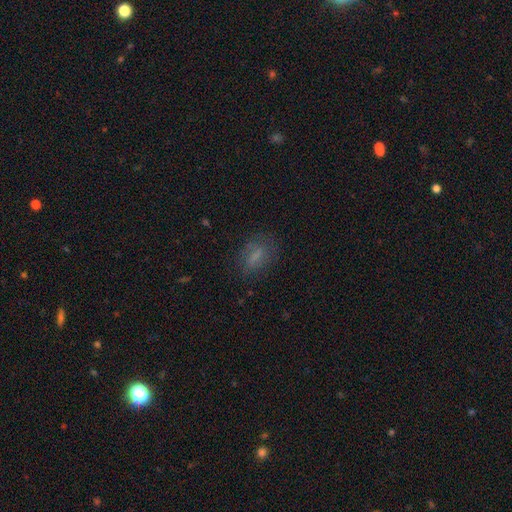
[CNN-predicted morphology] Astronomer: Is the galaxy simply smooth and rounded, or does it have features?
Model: smooth — 65%.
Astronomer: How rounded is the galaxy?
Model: in between — 71%.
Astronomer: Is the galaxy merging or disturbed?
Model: none — 72%.